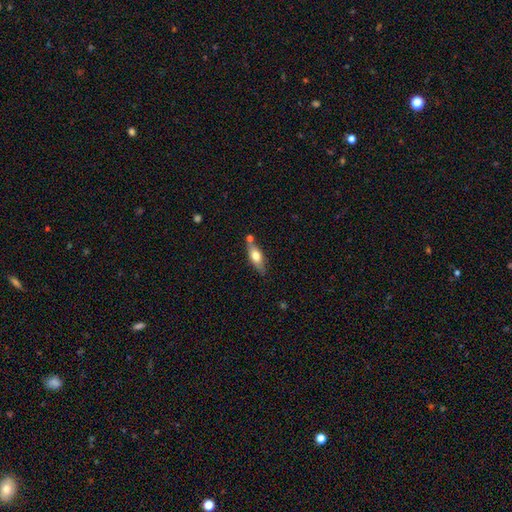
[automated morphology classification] This appears to be a smooth galaxy with no disk features (60%) that is in between round and cigar-shaped (61%). Merging: none (66%).